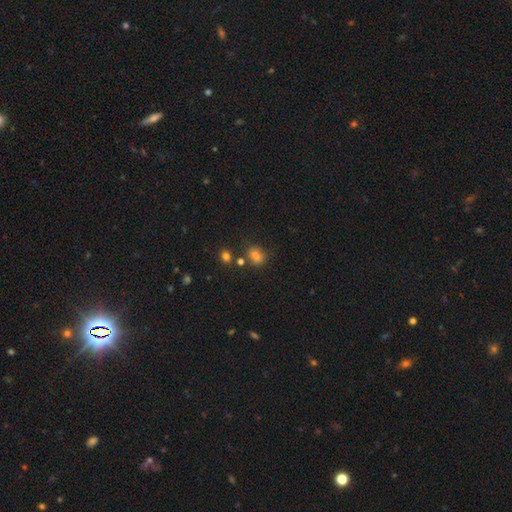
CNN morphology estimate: Smooth or featured: smooth — 74% (star or artifact — 19%)
How rounded: in between — 57% (round — 41%)
Merging: none — 69% (minor disturbance — 15%)